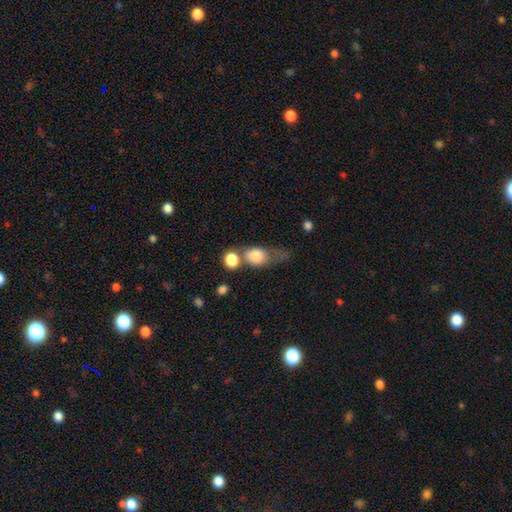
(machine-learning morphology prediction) Q: Smooth or featured?
A: smooth (76%); runner-up: featured or disk (15%)
Q: How rounded?
A: in between (54%); runner-up: round (42%)
Q: Merging?
A: merger (36%); runner-up: none (29%)